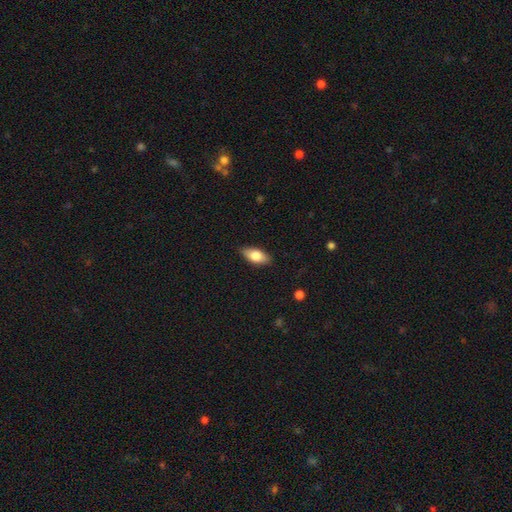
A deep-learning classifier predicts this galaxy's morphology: smooth 74%, featured or disk 19%, star or artifact 7%. Down the decision tree: how rounded — in between (86%); merging — none (85%).